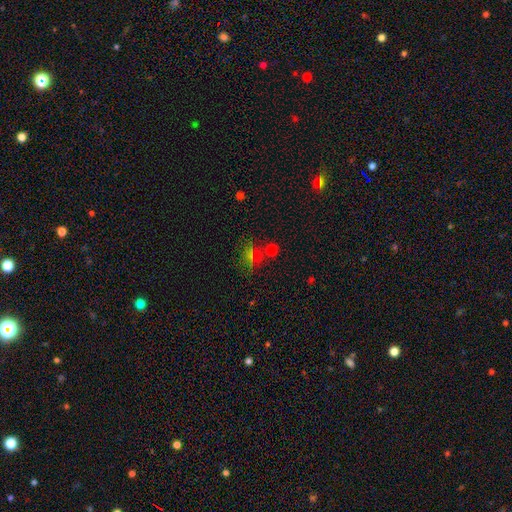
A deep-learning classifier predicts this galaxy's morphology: type=smooth (49%); merging=none (60%).